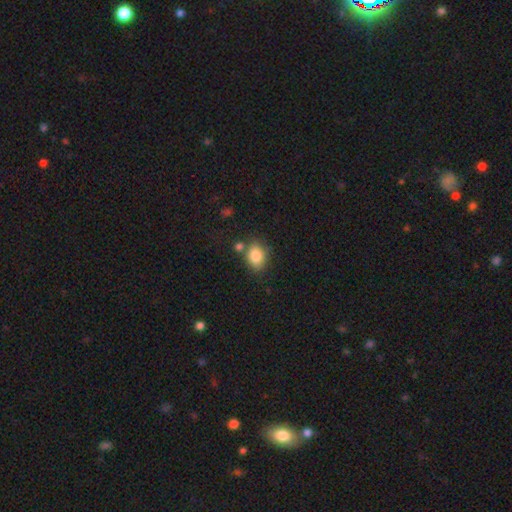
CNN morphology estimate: type=smooth (84%); roundness=in between (60%); merging=none (68%).